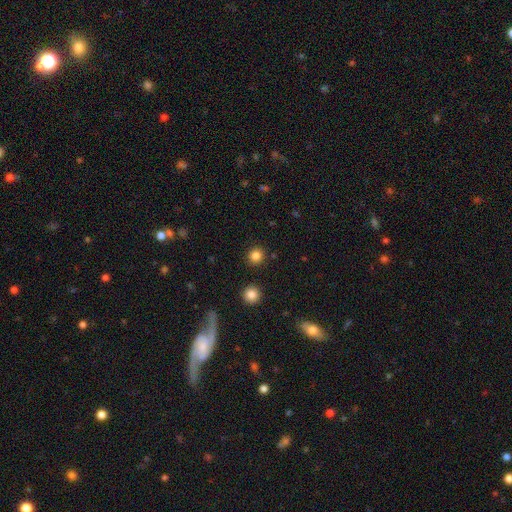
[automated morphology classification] Smooth or featured? Predicted: smooth (p=0.83). How rounded? Predicted: round (p=0.92). Merging? Predicted: none (p=0.90).